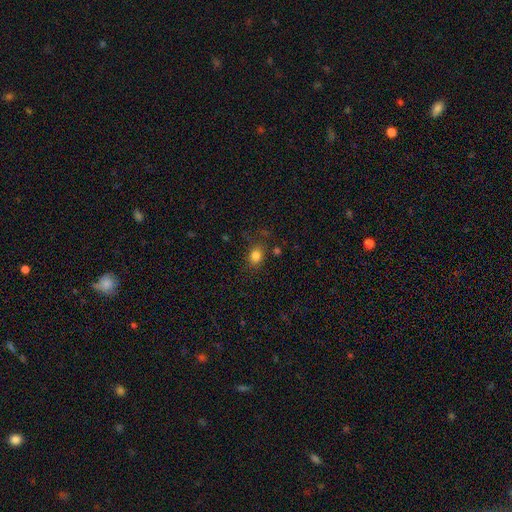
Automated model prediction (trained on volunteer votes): A smooth galaxy with no disk features (82%) that is in between round and cigar-shaped (58%). Merging: none (78%).